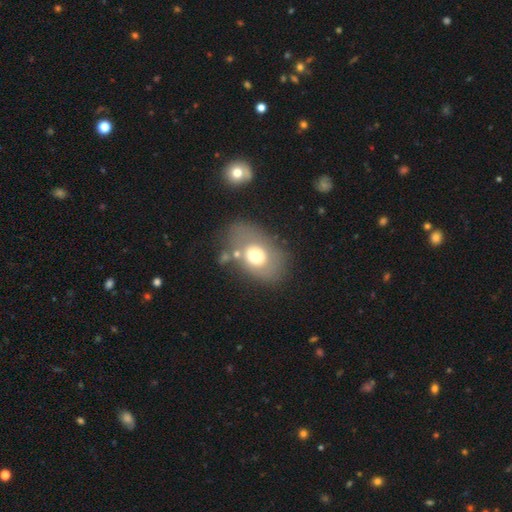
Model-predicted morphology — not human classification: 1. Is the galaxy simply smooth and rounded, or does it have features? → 62% smooth, 29% featured or disk, 9% star or artifact.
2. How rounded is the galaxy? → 75% in between, 24% round, 1% cigar-shaped.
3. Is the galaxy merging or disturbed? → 63% none, 17% minor disturbance, 10% major disturbance, 10% merger.